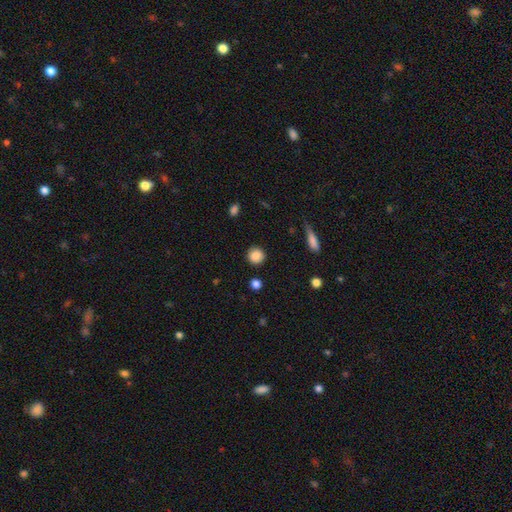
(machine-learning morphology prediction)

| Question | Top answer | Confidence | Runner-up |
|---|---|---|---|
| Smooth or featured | smooth | 87% | star or artifact (9%) |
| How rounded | round | 92% | in between (7%) |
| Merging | none | 89% | minor disturbance (7%) |